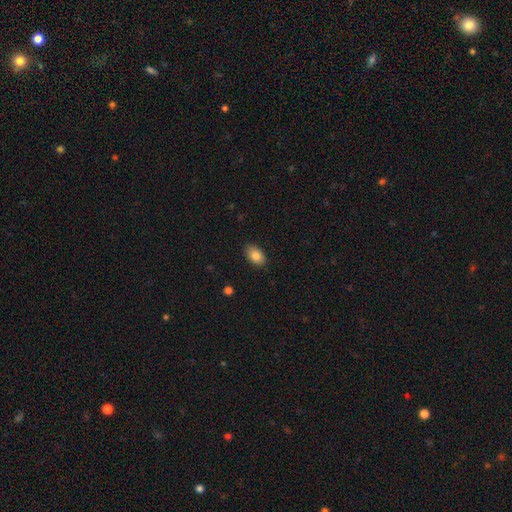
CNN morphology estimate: A smooth galaxy with no disk features (84%) that is in between round and cigar-shaped (89%).

Vote fractions:
- Smooth or featured? smooth: 84% / featured or disk: 9% / star or artifact: 8%
- How rounded? in between: 89% / round: 10% / cigar-shaped: 1%
- Merging? none: 86% / minor disturbance: 11% / major disturbance: 2% / merger: 1%